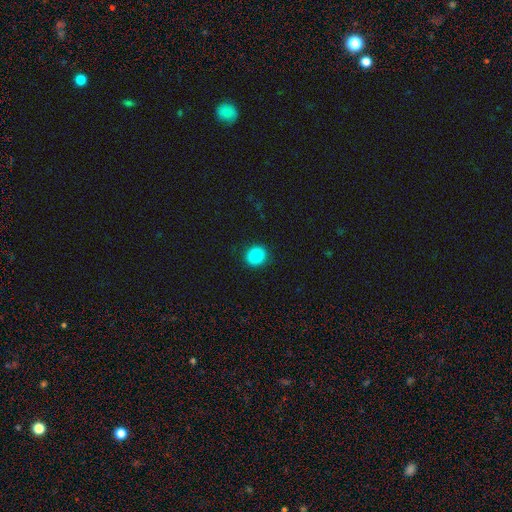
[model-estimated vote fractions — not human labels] Morphology: type=smooth (88%); roundness=round (83%); merging=none (91%).